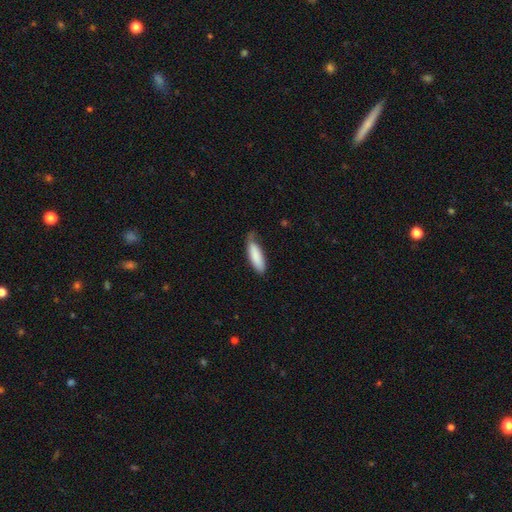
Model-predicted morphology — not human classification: Overall: smooth (85%). How rounded: cigar-shaped (55%; in between 44%). Merging: none (53%; minor disturbance 36%).